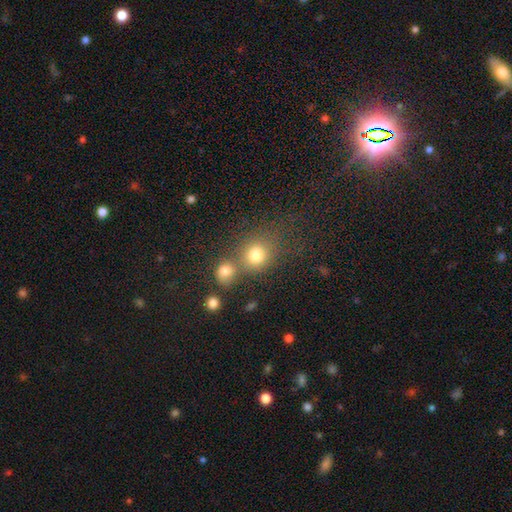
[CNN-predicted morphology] This appears to be a smooth galaxy with no disk features (78%) that is round (75%). Merging: none (45%).